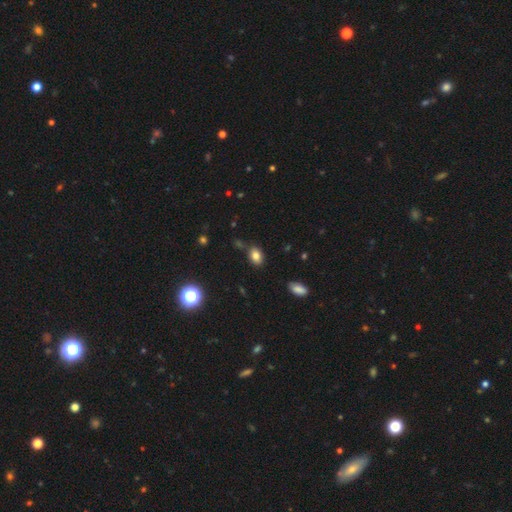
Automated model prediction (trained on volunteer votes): Smooth or featured?
  - smooth: 81% *
  - star or artifact: 11%
  - featured or disk: 8%
How rounded?
  - in between: 80% *
  - round: 18%
  - cigar-shaped: 1%
Merging?
  - none: 78% *
  - minor disturbance: 14%
  - merger: 6%
  - major disturbance: 3%